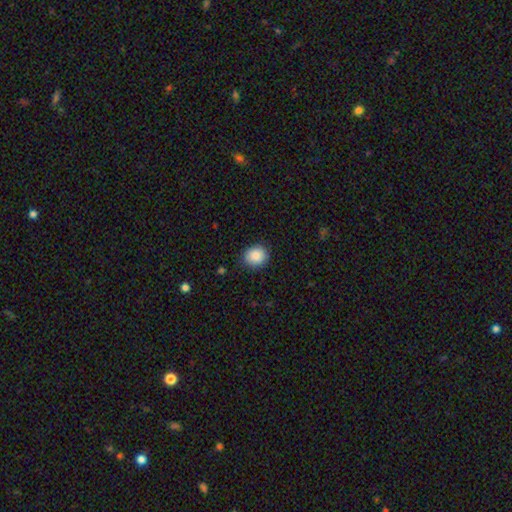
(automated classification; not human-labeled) smooth-or-featured: smooth: 88% | star or artifact: 8% | featured or disk: 4%
  how-rounded: round: 73% | in between: 26% | cigar-shaped: 1%
  merging: none: 87% | minor disturbance: 9% | major disturbance: 2% | merger: 1%